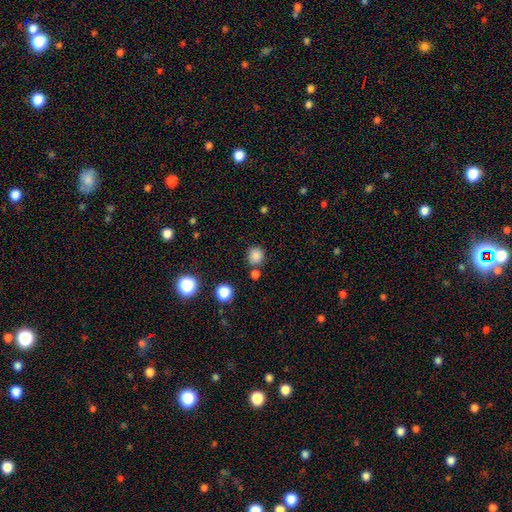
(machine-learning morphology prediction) A smooth galaxy with no disk features (84%) that is round (88%).

Vote fractions:
- Smooth or featured? smooth: 84% / star or artifact: 13% / featured or disk: 4%
- How rounded? round: 88% / in between: 12% / cigar-shaped: 1%
- Merging? none: 76% / merger: 10% / minor disturbance: 10% / major disturbance: 3%